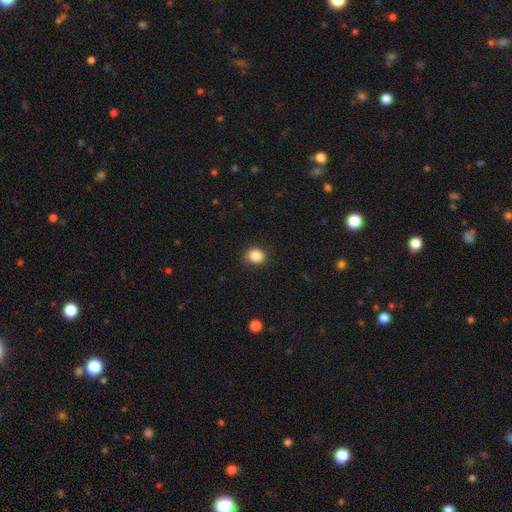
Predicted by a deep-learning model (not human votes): A smooth galaxy with no disk features (85%) that is round (76%). Merging: none (78%).